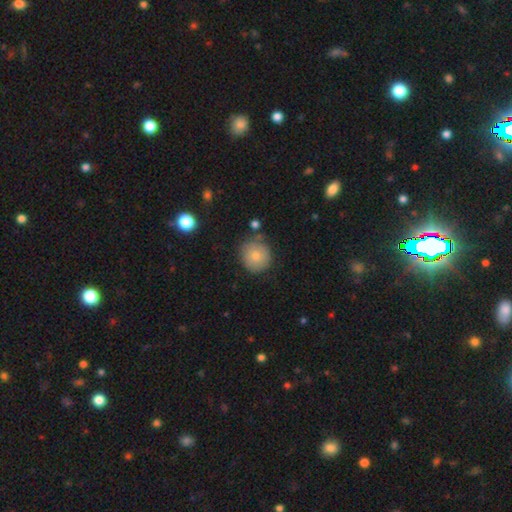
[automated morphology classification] This is likely a smooth galaxy (79%). How rounded: clearly round (91%). Merging: likely none (76%).